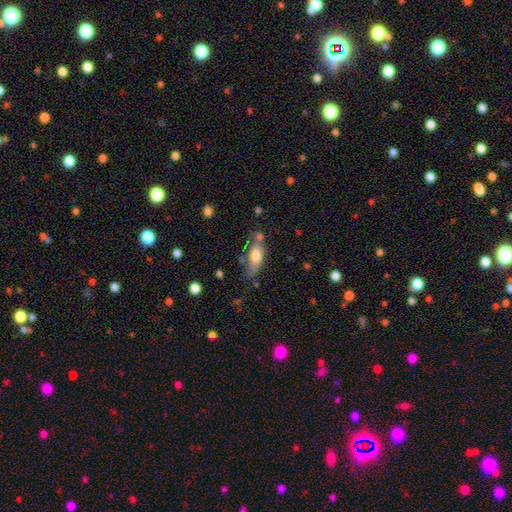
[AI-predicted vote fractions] A smooth galaxy with no disk features (66%) that is in between round and cigar-shaped (72%). Merging: none (60%).